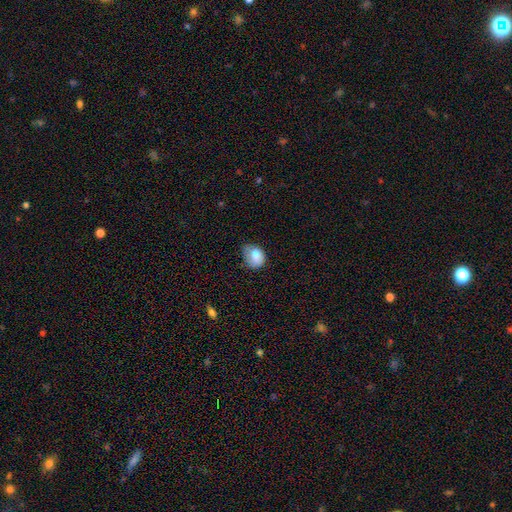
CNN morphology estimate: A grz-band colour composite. It shows a smooth galaxy with no disk features (80%) that is in between round and cigar-shaped (55%). Merging: minor disturbance (42%).